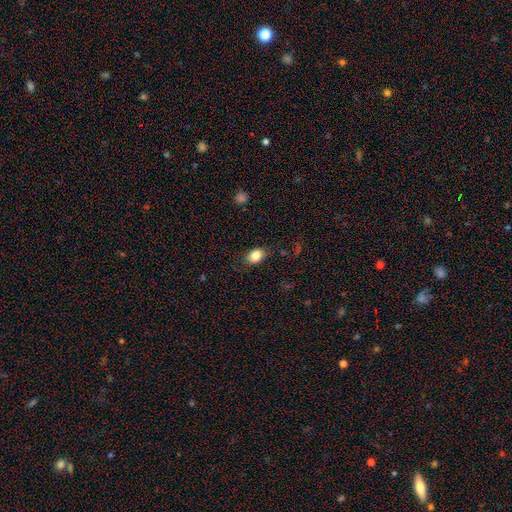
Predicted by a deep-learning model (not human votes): The model was most divided on "how rounded": in between: 68%, round: 30%, cigar-shaped: 1%. More confident: smooth or featured — smooth (84%); merging — none (80%).